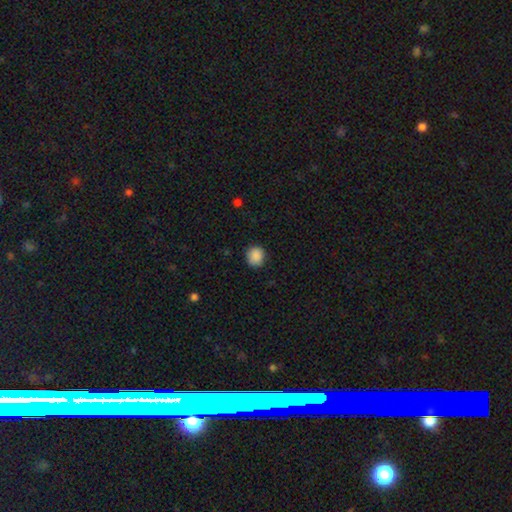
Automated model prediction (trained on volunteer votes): Smooth or featured?
  - smooth: 89% *
  - star or artifact: 9%
  - featured or disk: 2%
How rounded?
  - round: 83% *
  - in between: 16%
  - cigar-shaped: 1%
Merging?
  - none: 87% *
  - minor disturbance: 9%
  - major disturbance: 2%
  - merger: 1%